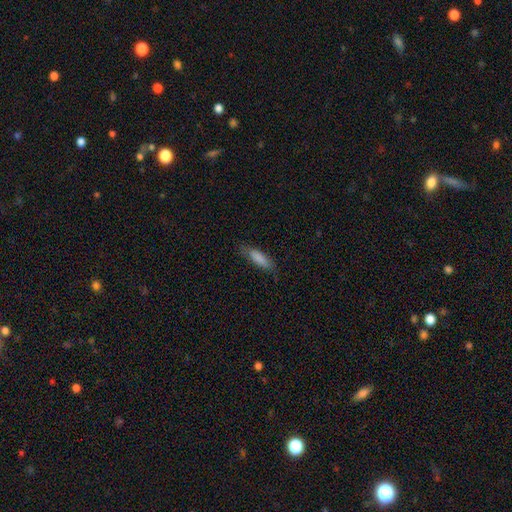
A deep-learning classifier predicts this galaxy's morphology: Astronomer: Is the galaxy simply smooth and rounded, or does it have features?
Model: smooth — 82%.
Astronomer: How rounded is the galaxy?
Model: cigar-shaped — 59% (runner-up: in between, 39%).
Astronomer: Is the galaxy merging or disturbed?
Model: none — 76%.